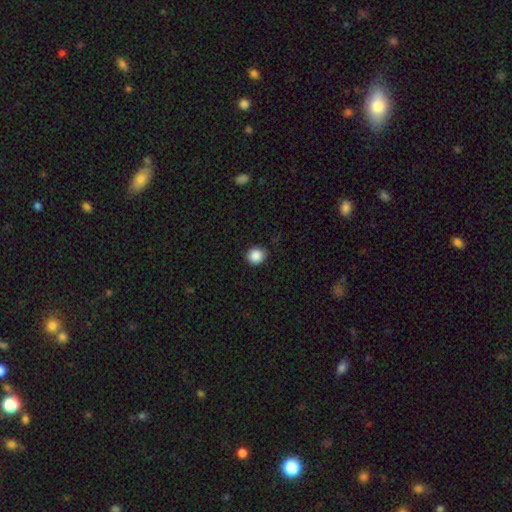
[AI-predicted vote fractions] The model was most divided on "how rounded": round: 86%, in between: 13%, cigar-shaped: 1%. More confident: merging — none (88%); smooth or featured — smooth (87%).